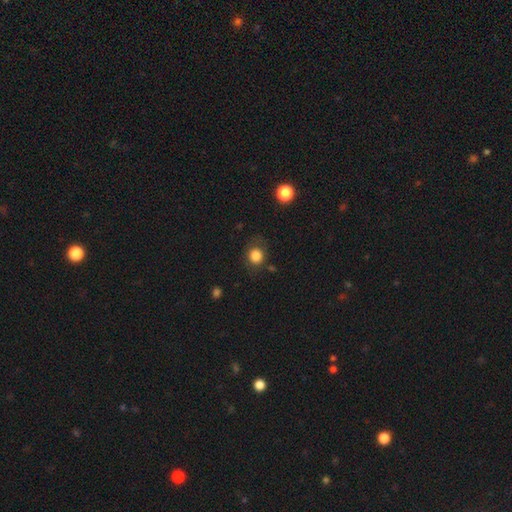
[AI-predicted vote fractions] Morphology: type=smooth (83%); roundness=round (79%); merging=none (74%).